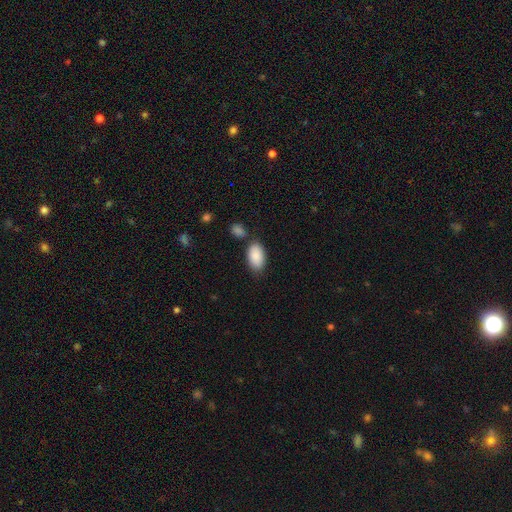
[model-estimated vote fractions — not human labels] The model was most divided on "merging": none: 73%, minor disturbance: 14%, merger: 9%, major disturbance: 4%. More confident: how rounded — in between (95%); smooth or featured — smooth (89%).